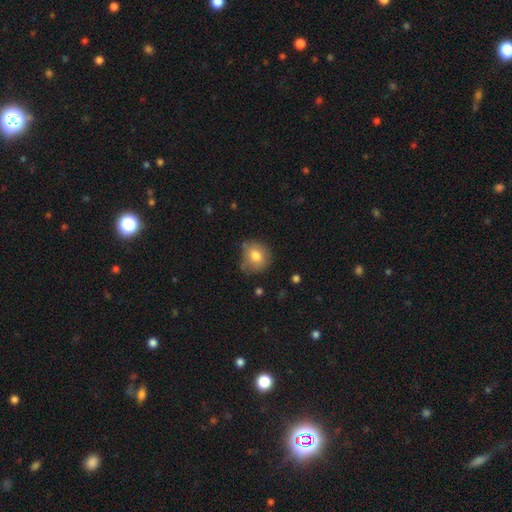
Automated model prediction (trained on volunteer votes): Smooth or featured: smooth — 77% (featured or disk — 13%)
How rounded: round — 81% (in between — 18%)
Merging: none — 68% (minor disturbance — 24%)